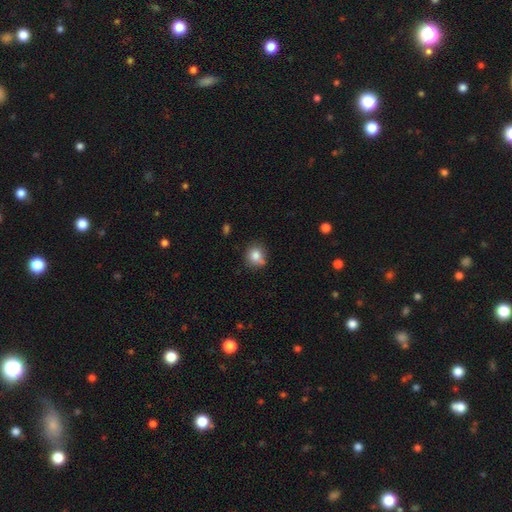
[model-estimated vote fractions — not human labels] Morphology: type=smooth (82%); roundness=round (82%); merging=none (66%).